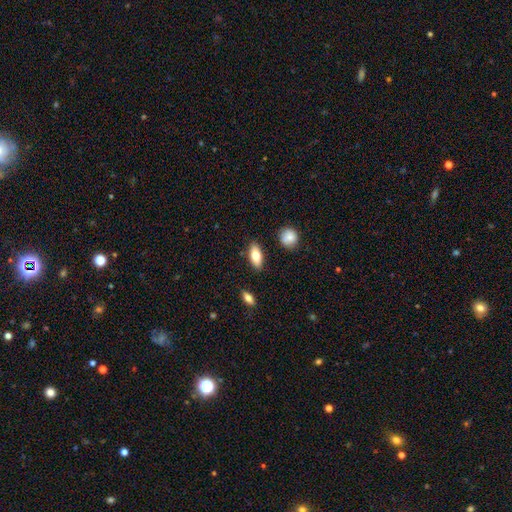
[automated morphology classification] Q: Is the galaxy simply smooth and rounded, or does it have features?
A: smooth — 76%.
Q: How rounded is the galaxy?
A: in between — 84%.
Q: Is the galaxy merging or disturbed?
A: none — 86%.